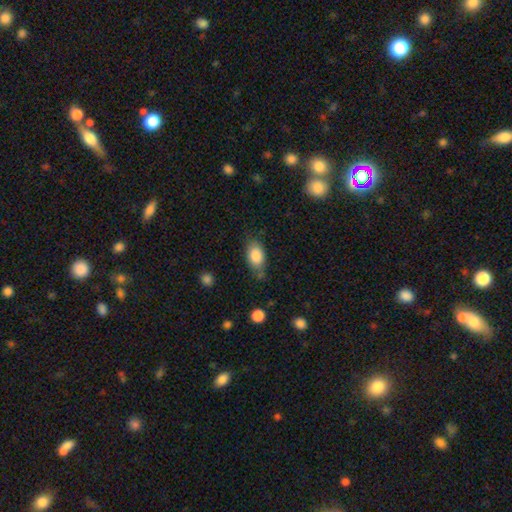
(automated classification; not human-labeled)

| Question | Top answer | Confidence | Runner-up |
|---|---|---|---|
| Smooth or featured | smooth | 85% | featured or disk (8%) |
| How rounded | in between | 90% | round (8%) |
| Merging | none | 67% | minor disturbance (23%) |